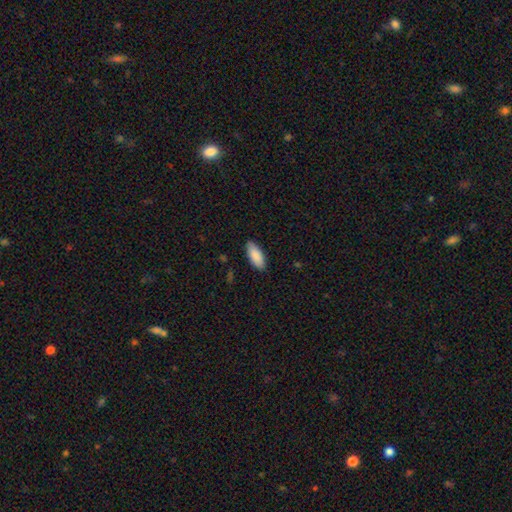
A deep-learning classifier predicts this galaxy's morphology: The model was most divided on "how rounded": in between: 83%, cigar-shaped: 16%, round: 2%. More confident: smooth or featured — smooth (89%); merging — none (88%).